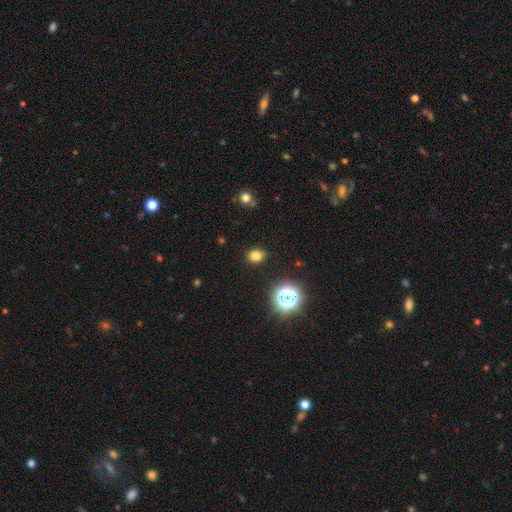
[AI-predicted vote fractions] Overall: smooth (76%). How rounded: in between (50%; round 49%). Merging: none (87%).